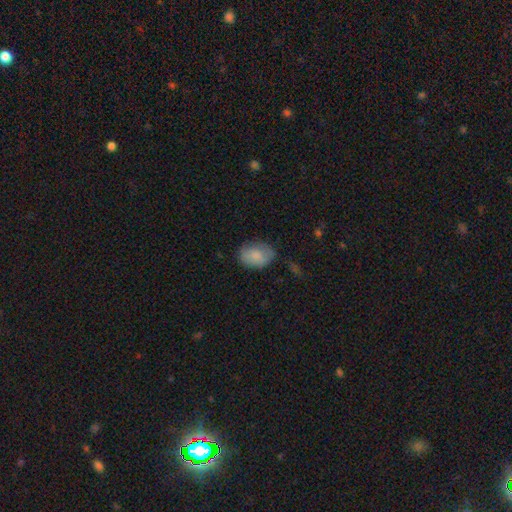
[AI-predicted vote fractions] A smooth galaxy with no disk features (80%) that is in between round and cigar-shaped (76%). Merging: none (63%).